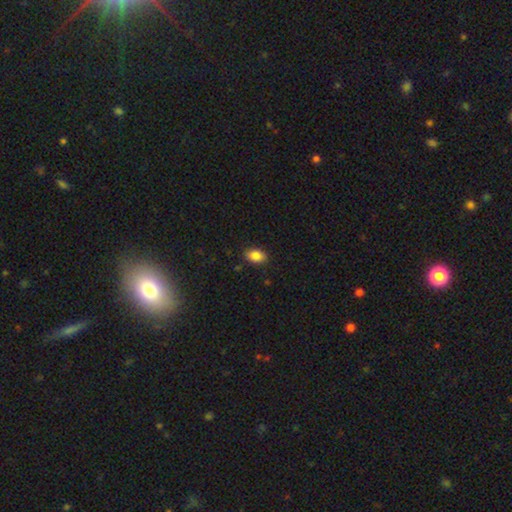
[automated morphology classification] This is clearly a smooth galaxy (86%). How rounded: clearly in between (85%). Merging: clearly none (87%).